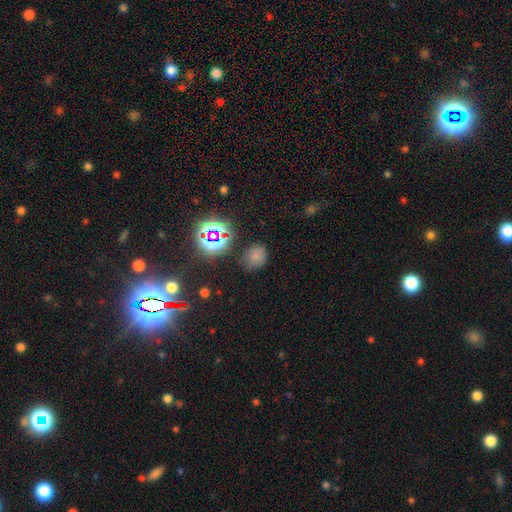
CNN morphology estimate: smooth_or_featured: smooth (p=0.67) [alt: star or artifact p=0.26]
how_rounded: round (p=0.55) [alt: in between p=0.44]
merging: none (p=0.75) [alt: minor disturbance p=0.16]